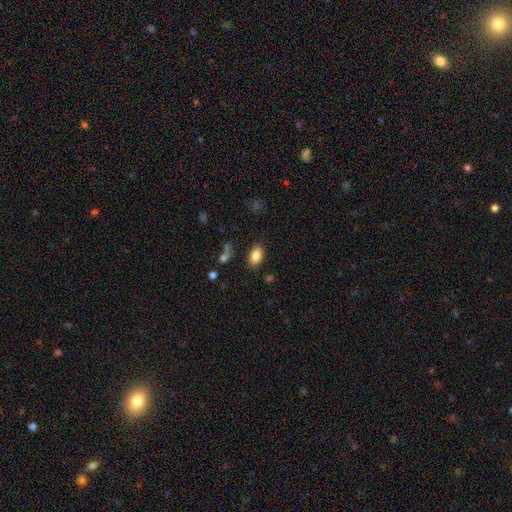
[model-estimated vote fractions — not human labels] Q: Smooth or featured?
A: smooth (85%); runner-up: star or artifact (9%)
Q: How rounded?
A: in between (90%); runner-up: round (9%)
Q: Merging?
A: none (83%); runner-up: minor disturbance (11%)